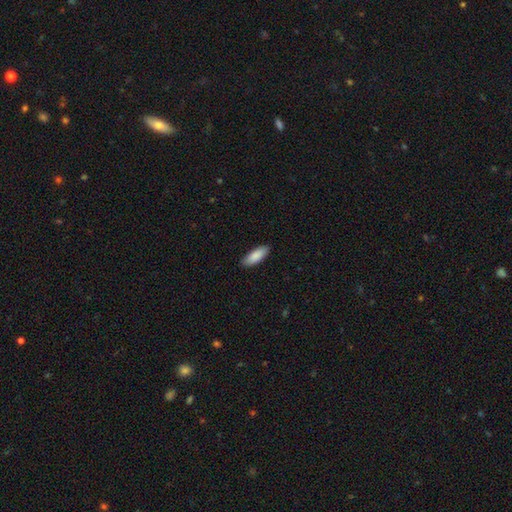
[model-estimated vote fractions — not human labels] smooth 89%, featured or disk 6%, star or artifact 5%. Down the decision tree: how rounded — in between (71%); merging — none (89%).